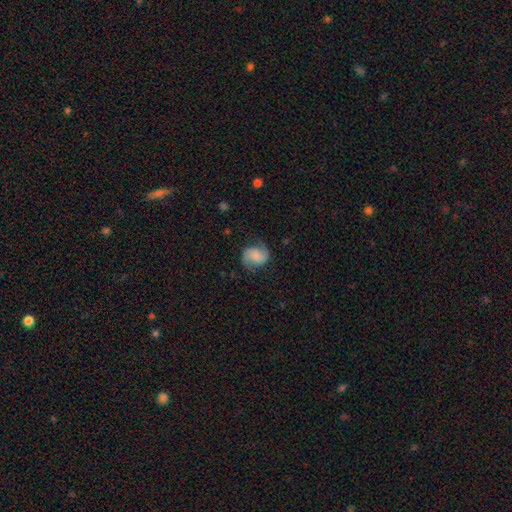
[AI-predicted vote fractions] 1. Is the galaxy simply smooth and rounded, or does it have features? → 72% featured or disk, 20% smooth, 7% star or artifact.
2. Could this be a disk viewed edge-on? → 98% no, 2% yes.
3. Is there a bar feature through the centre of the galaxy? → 56% no, 35% weak, 10% strong.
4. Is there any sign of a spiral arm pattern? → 96% yes, 4% no.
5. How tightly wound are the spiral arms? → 49% medium, 30% loose, 21% tight.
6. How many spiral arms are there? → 92% 2, 3% can't tell, 2% 1, 1% 3, 1% 4, 1% more than 4.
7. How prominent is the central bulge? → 43% none, 24% small, 18% moderate, 12% large, 3% dominant.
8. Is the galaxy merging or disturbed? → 76% none, 16% minor disturbance, 7% major disturbance, 1% merger.